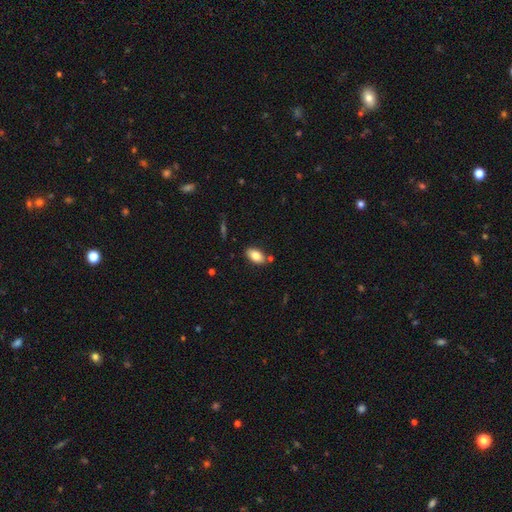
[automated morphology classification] A smooth galaxy with no disk features (81%) that is in between round and cigar-shaped (93%).

Vote fractions:
- Smooth or featured? smooth: 81% / featured or disk: 12% / star or artifact: 8%
- How rounded? in between: 93% / round: 5% / cigar-shaped: 3%
- Merging? none: 80% / minor disturbance: 12% / merger: 6% / major disturbance: 2%